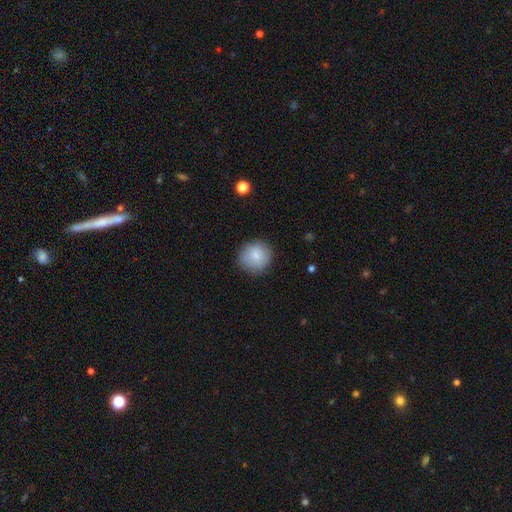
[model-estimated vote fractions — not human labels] This appears to be a smooth galaxy with no disk features (83%) that is round (89%). Merging: none (83%).